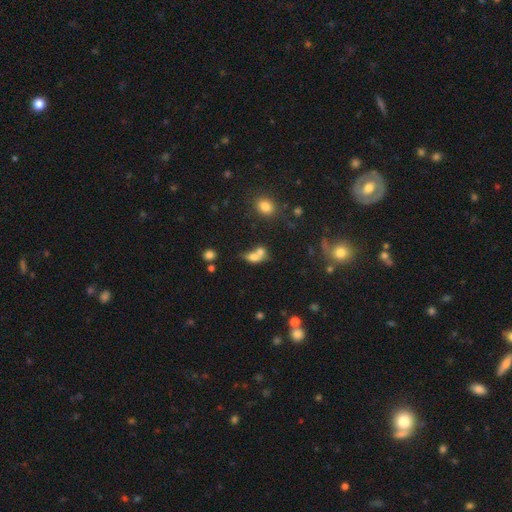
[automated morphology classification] This is likely a smooth galaxy (70%). How rounded: likely in between (68%). Merging: likely merger (62%).